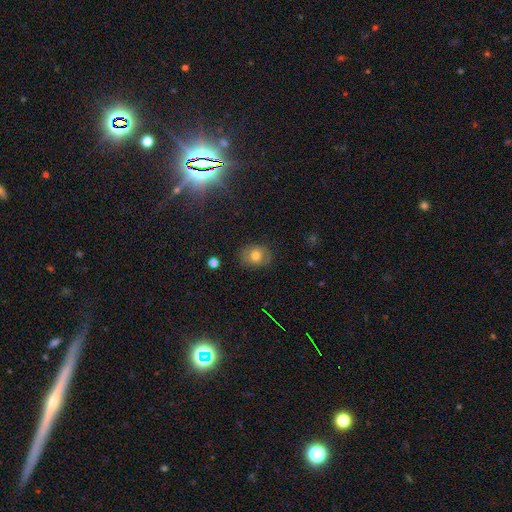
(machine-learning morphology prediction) This is likely a smooth galaxy (73%). How rounded: possibly round (59%). Merging: clearly none (82%).